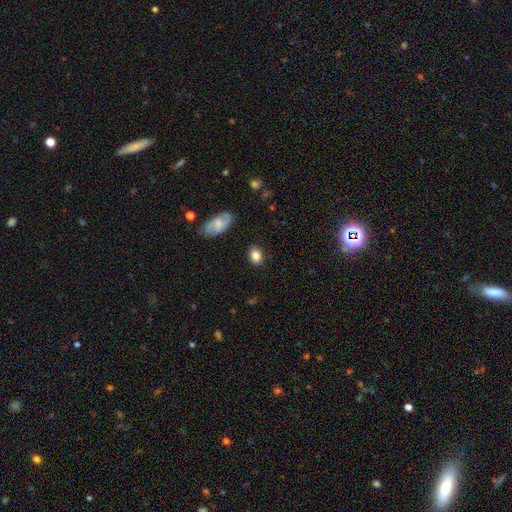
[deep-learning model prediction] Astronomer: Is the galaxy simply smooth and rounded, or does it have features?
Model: smooth — 83%.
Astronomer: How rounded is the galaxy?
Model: in between — 69%.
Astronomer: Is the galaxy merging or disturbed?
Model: none — 83%.